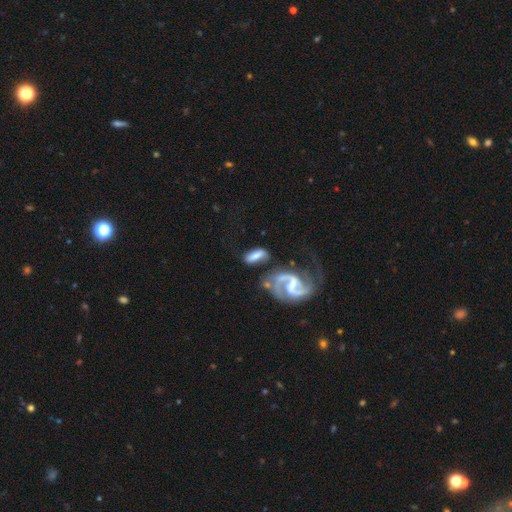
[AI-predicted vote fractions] smooth_or_featured: smooth (p=0.47) [alt: featured or disk p=0.46]
merging: none (p=0.56) [alt: minor disturbance p=0.20]